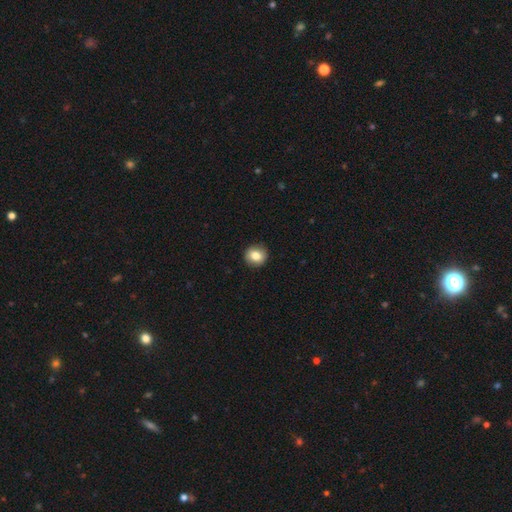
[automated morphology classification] smooth-or-featured: smooth: 81% | featured or disk: 10% | star or artifact: 9%
  how-rounded: round: 85% | in between: 14% | cigar-shaped: 1%
  merging: none: 90% | minor disturbance: 7% | major disturbance: 2% | merger: 1%